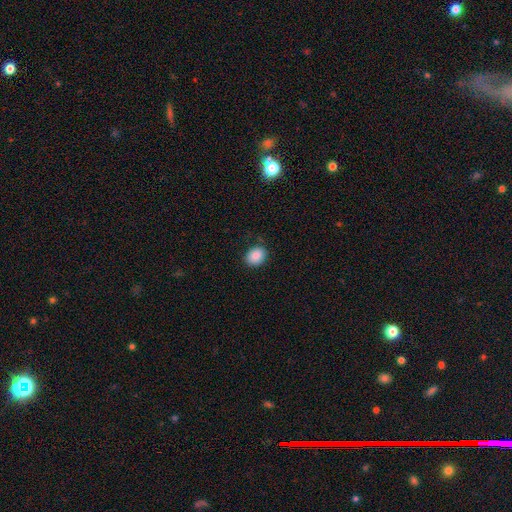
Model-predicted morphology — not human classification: A smooth galaxy with no disk features (87%) that is in between round and cigar-shaped (52%). Merging: none (83%).